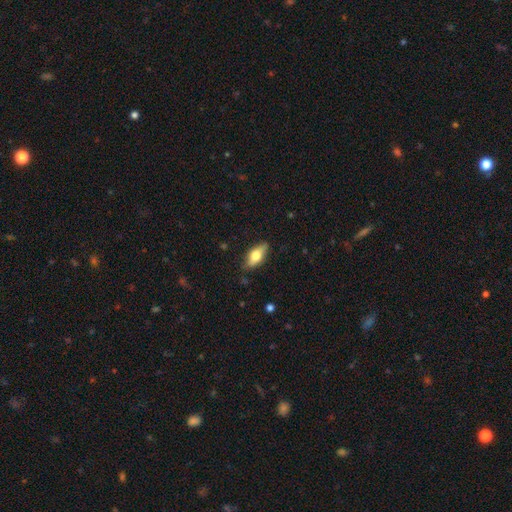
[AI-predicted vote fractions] smooth 62%, featured or disk 32%, star or artifact 7%. Down the decision tree: how rounded — in between (80%); merging — none (83%).